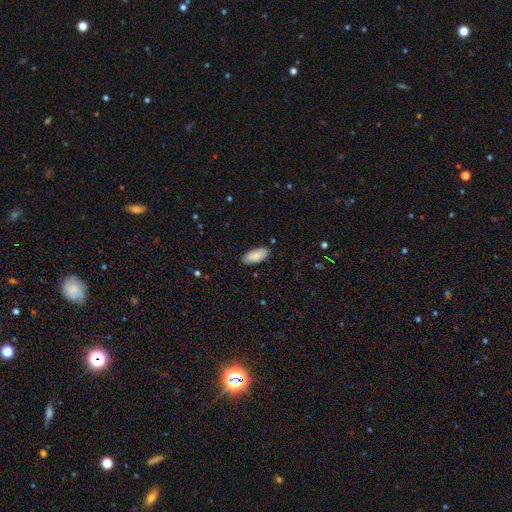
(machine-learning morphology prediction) The model was most divided on "merging": none: 85%, minor disturbance: 11%, major disturbance: 2%, merger: 1%. More confident: how rounded — in between (90%); smooth or featured — smooth (87%).